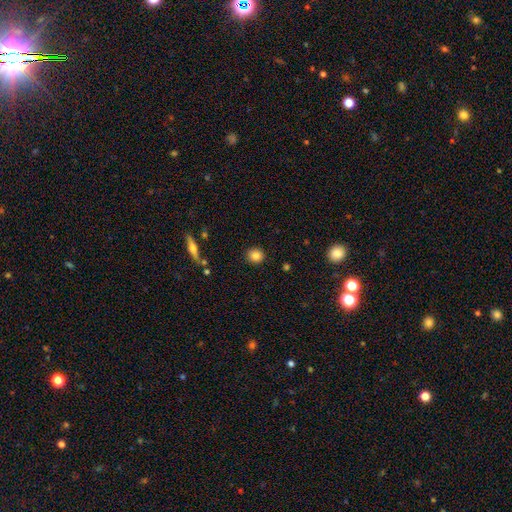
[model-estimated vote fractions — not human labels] Smooth or featured? Predicted: smooth (p=0.84). How rounded? Predicted: round (p=0.87). Merging? Predicted: none (p=0.90).